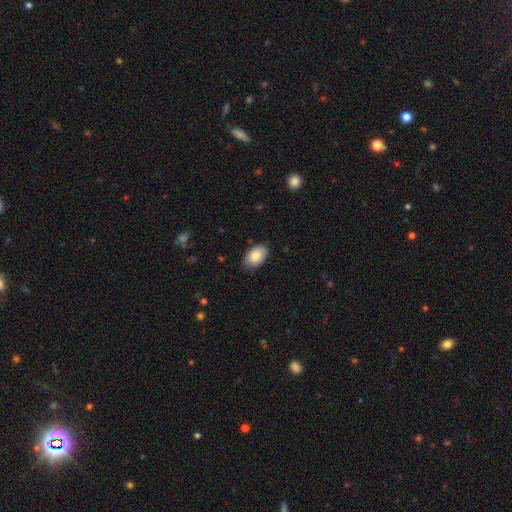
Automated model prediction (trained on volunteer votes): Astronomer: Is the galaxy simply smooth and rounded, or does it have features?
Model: smooth — 84%.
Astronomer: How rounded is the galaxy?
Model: in between — 92%.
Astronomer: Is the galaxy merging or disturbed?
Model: none — 83%.